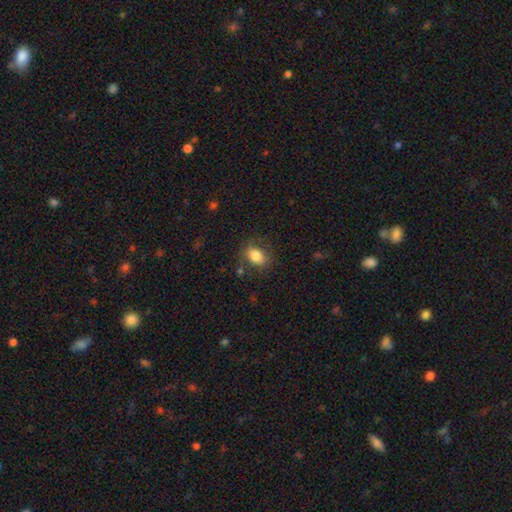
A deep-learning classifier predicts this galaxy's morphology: smooth_or_featured: smooth (p=0.80) [alt: featured or disk p=0.11]
how_rounded: in between (p=0.76) [alt: round p=0.23]
merging: none (p=0.77) [alt: minor disturbance p=0.16]